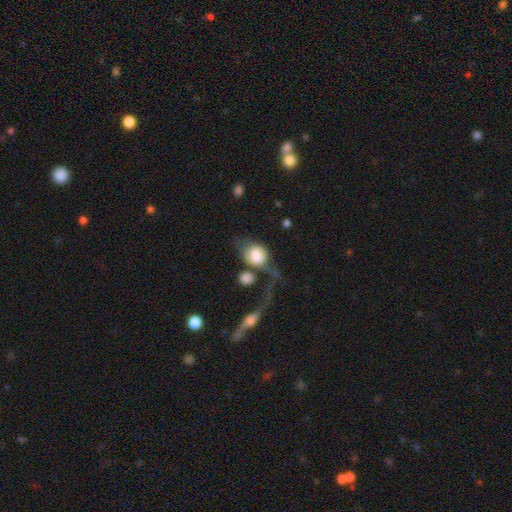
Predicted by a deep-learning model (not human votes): Overall: smooth (67%). How rounded: in between (55%; round 43%). Merging: major disturbance (38%; merger 30%).